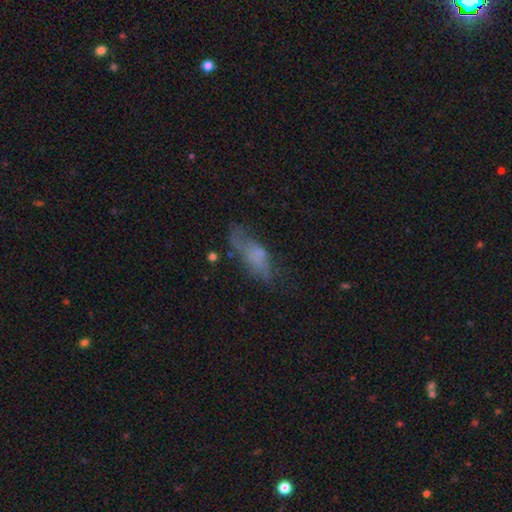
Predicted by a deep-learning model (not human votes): Smooth or featured? smooth (53%)
How rounded? in between (63%)
Merging? none (44%)